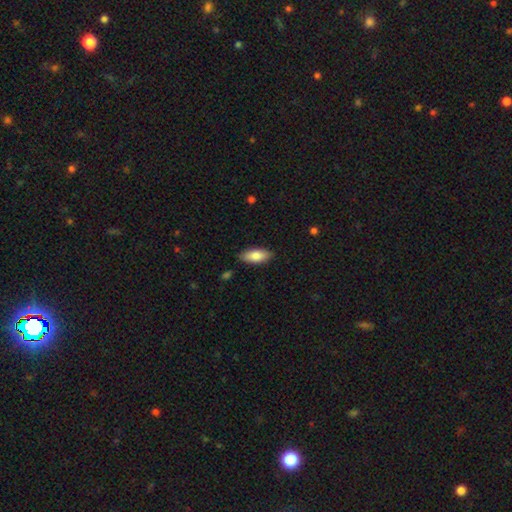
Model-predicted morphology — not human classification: Smooth or featured: smooth — 82% (featured or disk — 12%)
How rounded: in between — 84% (cigar-shaped — 15%)
Merging: none — 87% (minor disturbance — 10%)